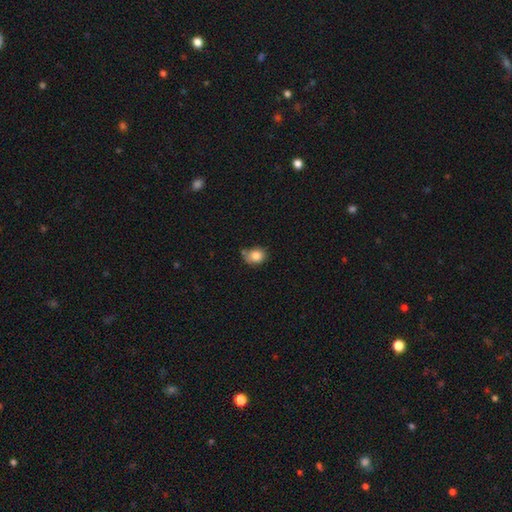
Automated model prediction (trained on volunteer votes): smooth_or_featured: smooth (p=0.83) [alt: star or artifact p=0.10]
how_rounded: round (p=0.59) [alt: in between p=0.40]
merging: none (p=0.55) [alt: minor disturbance p=0.28]